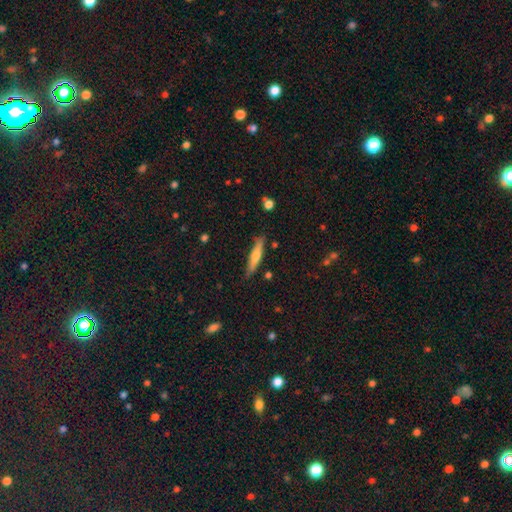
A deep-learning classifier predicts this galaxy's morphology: smooth-or-featured: smooth: 48% | featured or disk: 46% | star or artifact: 6%
  merging: none: 85% | minor disturbance: 11% | major disturbance: 2% | merger: 2%